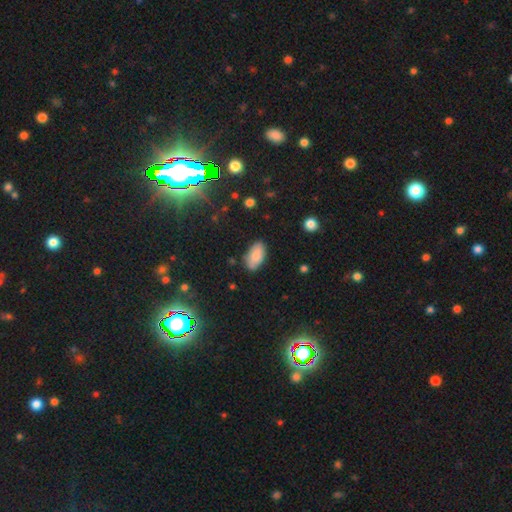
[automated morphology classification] smooth-or-featured: smooth: 85% | star or artifact: 7% | featured or disk: 7%
  how-rounded: in between: 95% | round: 3% | cigar-shaped: 3%
  merging: none: 80% | minor disturbance: 16% | major disturbance: 3% | merger: 2%